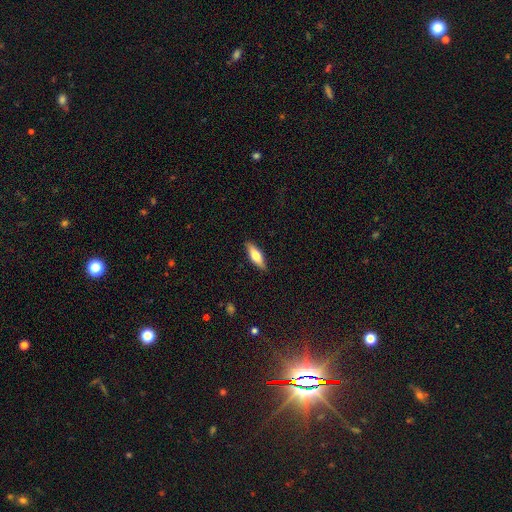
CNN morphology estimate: smooth 60%, featured or disk 34%, star or artifact 6%. Down the decision tree: how rounded — in between (50%); merging — none (88%).